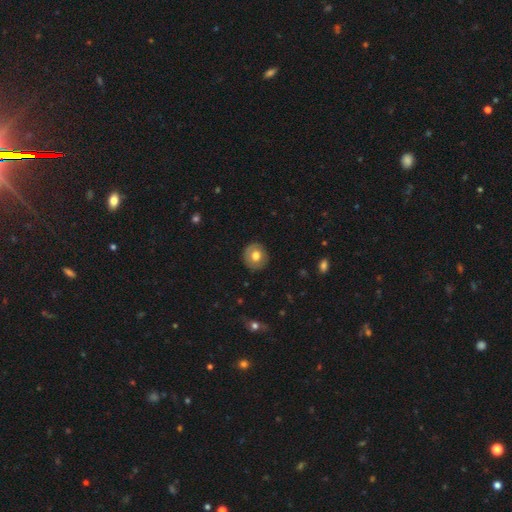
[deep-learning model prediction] smooth_or_featured: smooth (p=0.68) [alt: featured or disk p=0.24]
how_rounded: round (p=0.88) [alt: in between p=0.11]
merging: none (p=0.87) [alt: minor disturbance p=0.10]